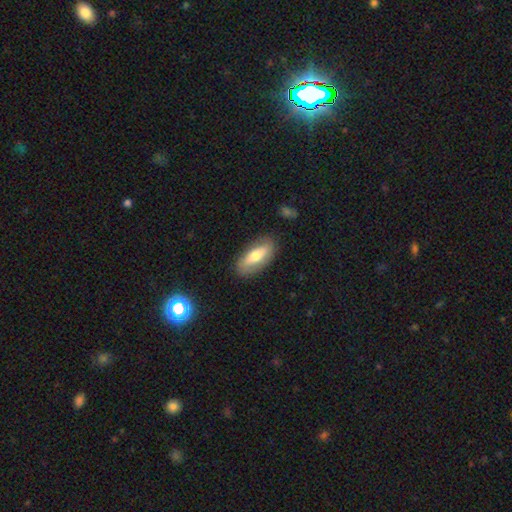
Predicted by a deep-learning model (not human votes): This is possibly a smooth galaxy (57%). How rounded: likely in between (78%). Merging: clearly none (82%).